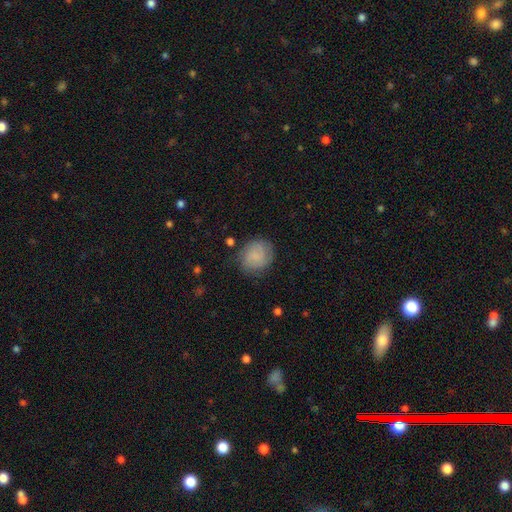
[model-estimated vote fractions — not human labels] Smooth or featured: smooth — 70% (featured or disk — 22%)
How rounded: round — 75% (in between — 24%)
Merging: none — 75% (minor disturbance — 17%)